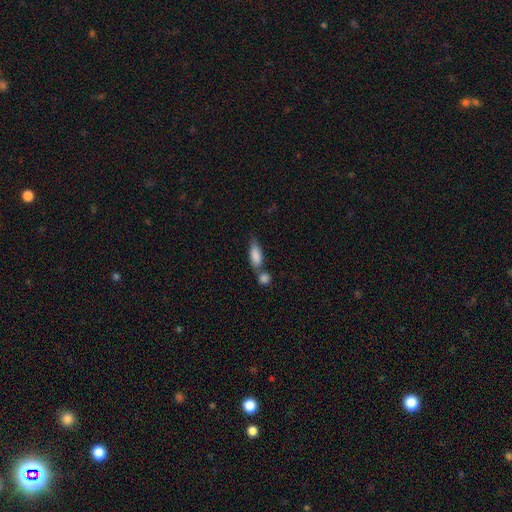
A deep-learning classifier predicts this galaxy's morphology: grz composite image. It shows a smooth galaxy with no disk features (84%) that is in between round and cigar-shaped (76%). Merging: merger (43%).